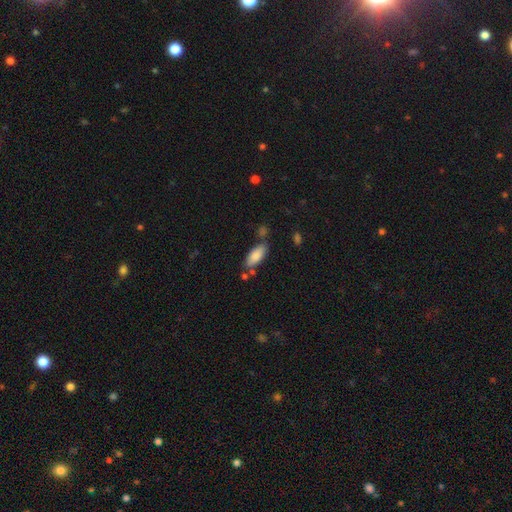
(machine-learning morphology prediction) Smooth or featured?
  - smooth: 85% *
  - featured or disk: 9%
  - star or artifact: 7%
How rounded?
  - in between: 80% *
  - cigar-shaped: 18%
  - round: 2%
Merging?
  - none: 68% *
  - minor disturbance: 16%
  - merger: 11%
  - major disturbance: 4%